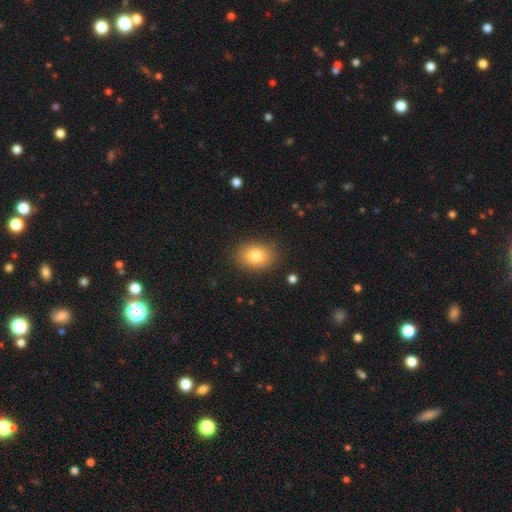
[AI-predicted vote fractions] Smooth or featured? Predicted: smooth (p=0.81). How rounded? Predicted: in between (p=0.73). Merging? Predicted: none (p=0.86).